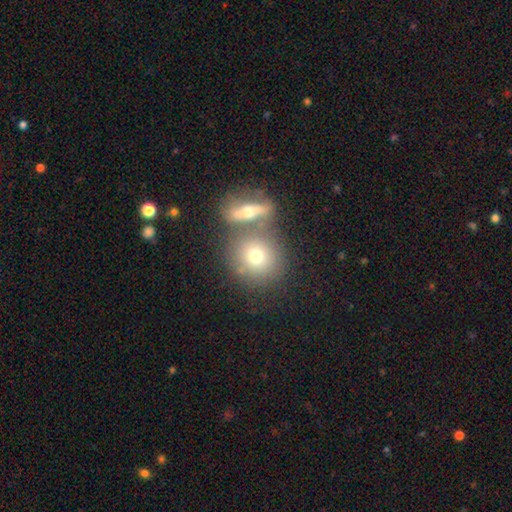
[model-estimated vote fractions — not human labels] Smooth or featured? Predicted: smooth (p=0.68). How rounded? Predicted: round (p=0.85). Merging? Predicted: none (p=0.54).